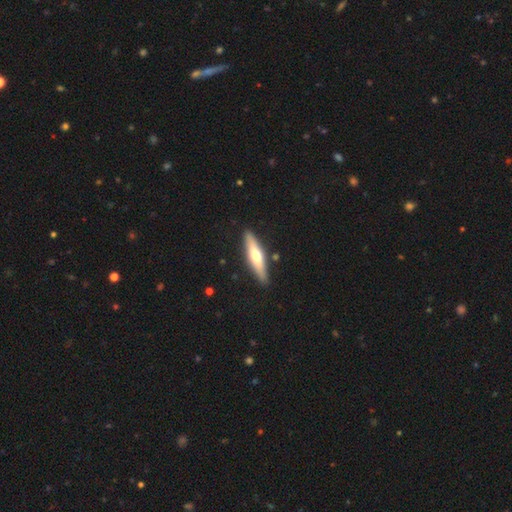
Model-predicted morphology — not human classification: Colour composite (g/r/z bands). It shows a smooth galaxy with no disk features (49%). Merging: none (87%).